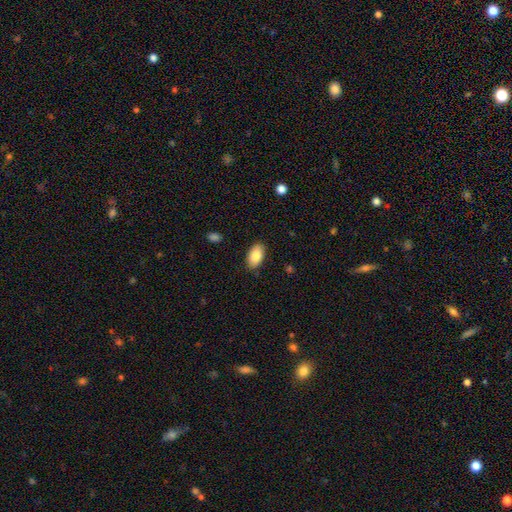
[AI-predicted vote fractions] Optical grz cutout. It shows a smooth galaxy with no disk features (86%) that is in between round and cigar-shaped (94%). Merging: none (87%).